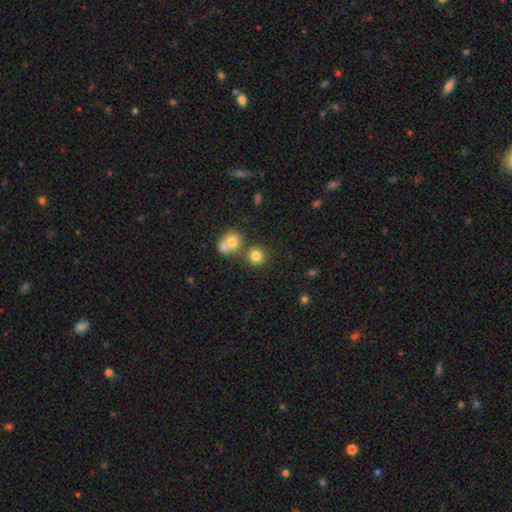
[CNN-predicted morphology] A smooth galaxy with no disk features (79%) that is round (88%). Merging: none (65%).